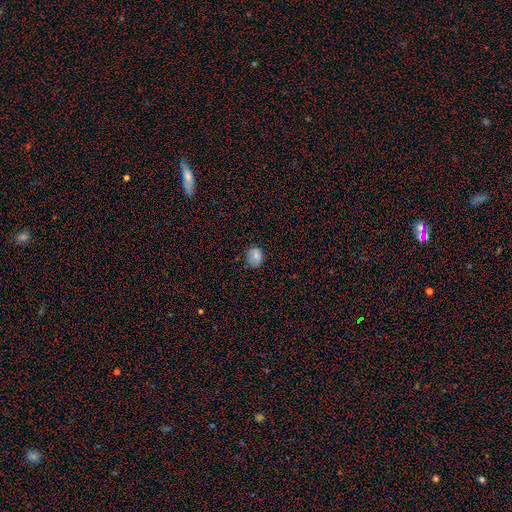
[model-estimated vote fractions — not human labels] Morphology: type=smooth (74%); roundness=in between (51%); merging=none (78%).